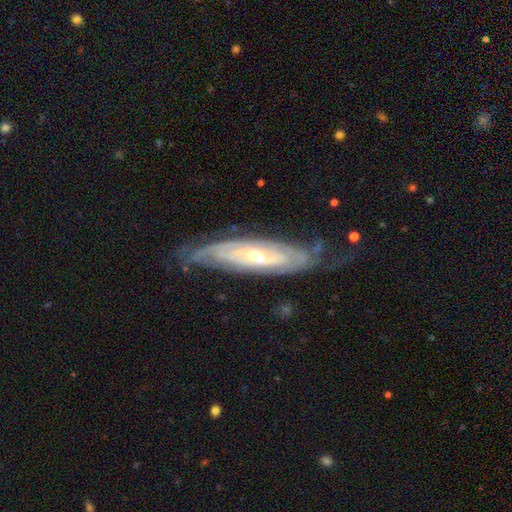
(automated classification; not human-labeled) smooth-or-featured: featured or disk: 85% | smooth: 9% | star or artifact: 6%
  disk-edge-on: no: 76% | yes: 24%
    bar: no: 55% | weak: 31% | strong: 14%
    has-spiral-arms: yes: 93% | no: 7%
      spiral-winding: tight: 73% | medium: 21% | loose: 5%
      spiral-arm-count: can't tell: 52% | 2: 20% | 3: 10% | 4: 8% | more than 4: 6% | 1: 4%
    bulge-size: small: 54% | moderate: 43% | large: 2% | none: 1% | dominant: 1%
  merging: none: 69% | minor disturbance: 21% | major disturbance: 8% | merger: 2%